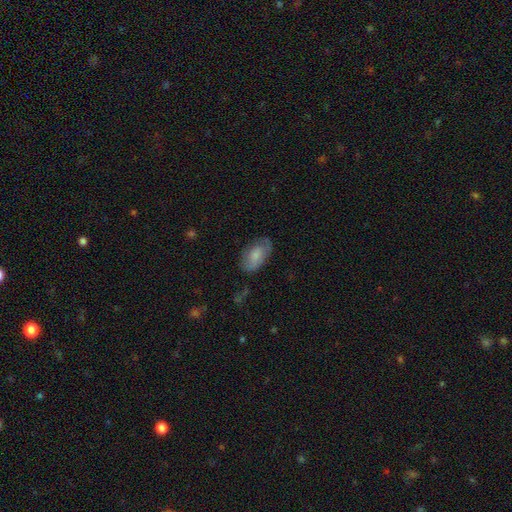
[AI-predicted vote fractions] Morphology: type=smooth (70%); roundness=in between (93%); merging=none (67%).